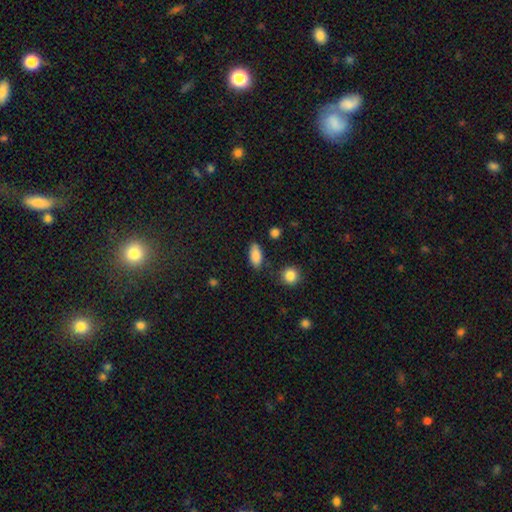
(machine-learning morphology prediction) A smooth galaxy with no disk features (86%) that is in between round and cigar-shaped (89%). Merging: none (80%).